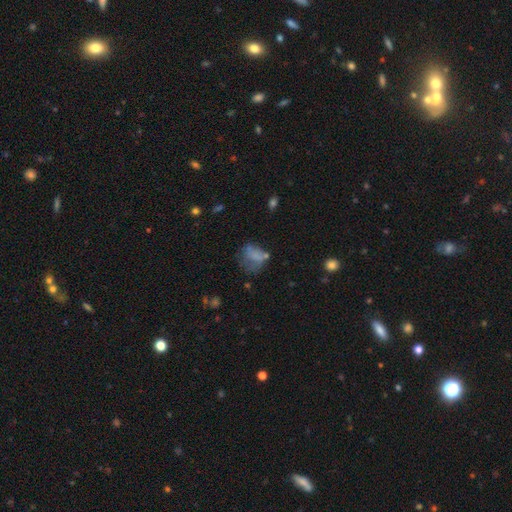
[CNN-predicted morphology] This appears to be a smooth galaxy with no disk features (62%) that is in between round and cigar-shaped (57%). Merging: none (34%).